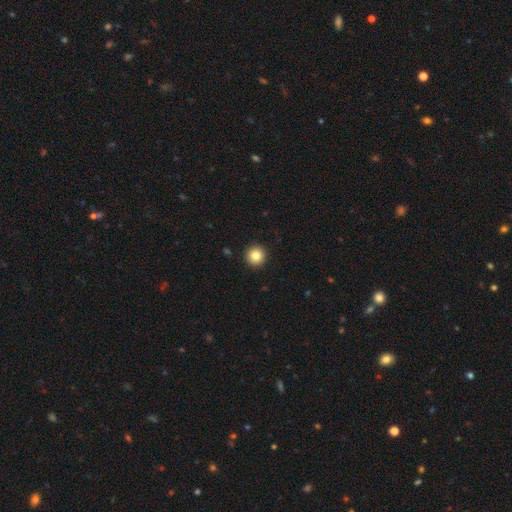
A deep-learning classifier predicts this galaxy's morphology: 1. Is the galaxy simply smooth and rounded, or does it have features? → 84% smooth, 10% star or artifact, 6% featured or disk.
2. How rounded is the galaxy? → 96% round, 3% in between, 1% cigar-shaped.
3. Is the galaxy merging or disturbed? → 93% none, 4% minor disturbance, 1% major disturbance, 1% merger.